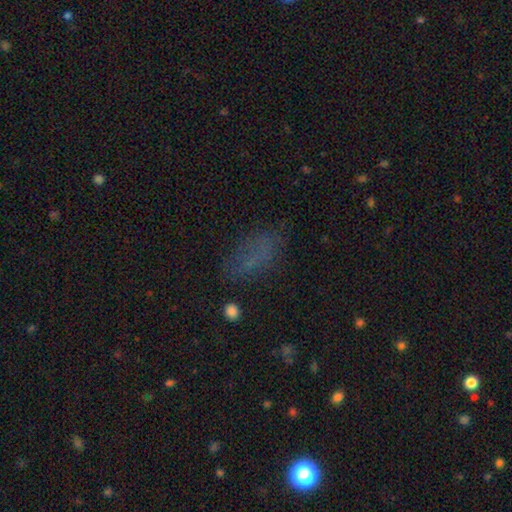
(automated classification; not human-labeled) Smooth or featured? smooth (57%)
How rounded? in between (82%)
Merging? none (66%)